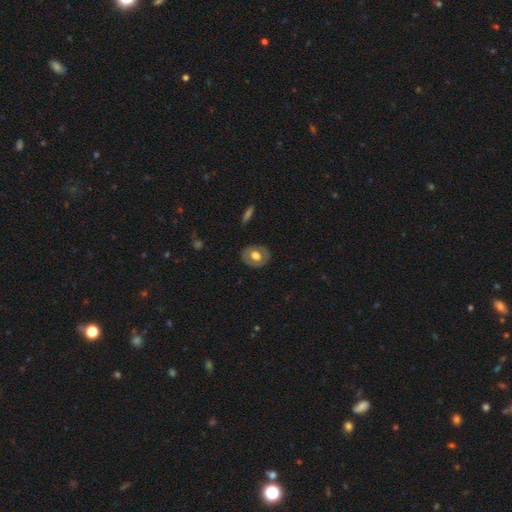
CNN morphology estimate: smooth_or_featured: smooth (p=0.54) [alt: featured or disk p=0.40]
how_rounded: in between (p=0.55) [alt: round p=0.44]
merging: none (p=0.84) [alt: minor disturbance p=0.12]